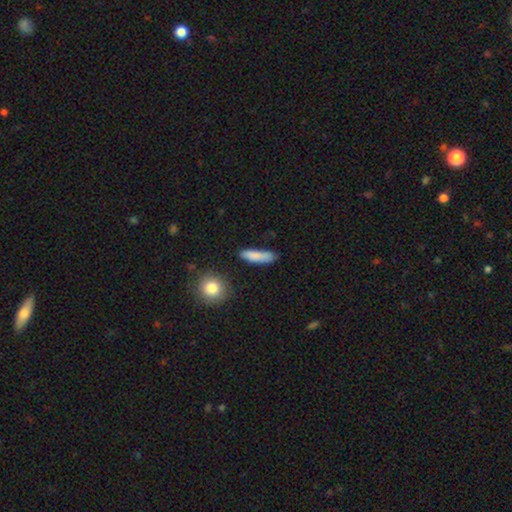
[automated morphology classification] Q: Smooth or featured?
A: smooth (84%); runner-up: featured or disk (9%)
Q: How rounded?
A: cigar-shaped (72%); runner-up: in between (25%)
Q: Merging?
A: none (76%); runner-up: minor disturbance (17%)